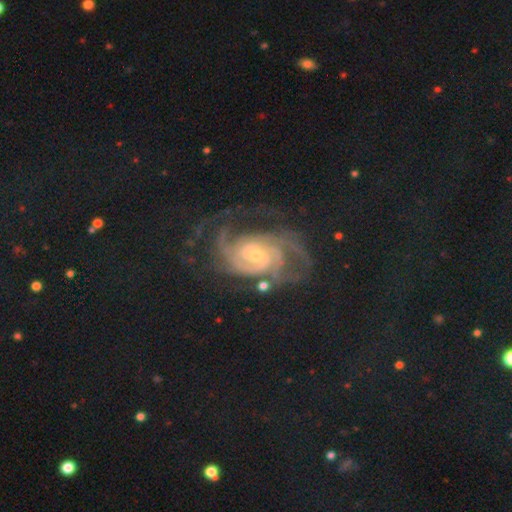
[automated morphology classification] Smooth or featured? featured or disk (92%)
Edge-on disk? no (98%)
Bar? weak (44%)
Spiral arms? yes (99%)
Spiral winding? tight (66%)
Spiral arm count? 3 (27%)
Bulge size? small (56%)
Merging? none (59%)